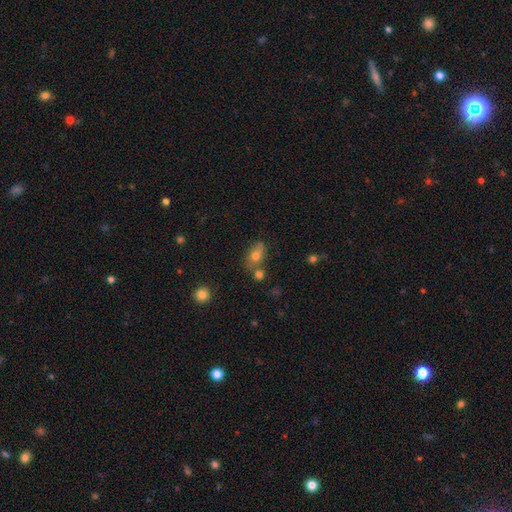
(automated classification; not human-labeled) smooth-or-featured: smooth: 72% | featured or disk: 17% | star or artifact: 11%
  how-rounded: in between: 78% | round: 19% | cigar-shaped: 3%
  merging: none: 51% | merger: 22% | minor disturbance: 20% | major disturbance: 7%